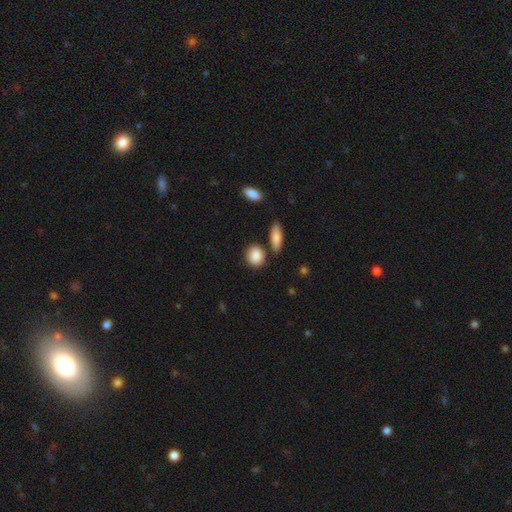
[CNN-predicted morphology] Smooth or featured?
  - smooth: 88% *
  - star or artifact: 7%
  - featured or disk: 5%
How rounded?
  - round: 57% *
  - in between: 40%
  - cigar-shaped: 3%
Merging?
  - none: 75% *
  - minor disturbance: 14%
  - merger: 8%
  - major disturbance: 3%